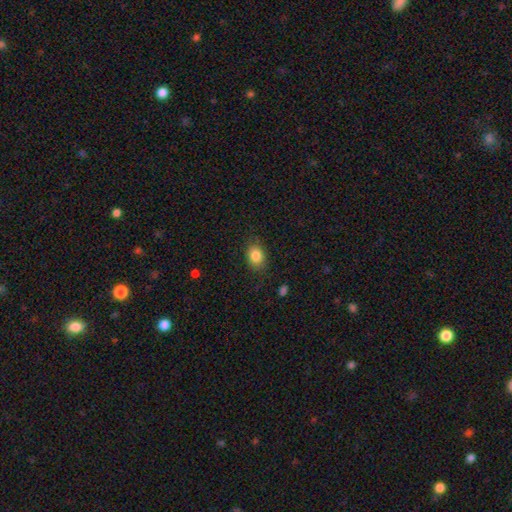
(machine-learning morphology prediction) This is clearly a smooth galaxy (85%). How rounded: likely in between (62%). Merging: clearly none (80%).